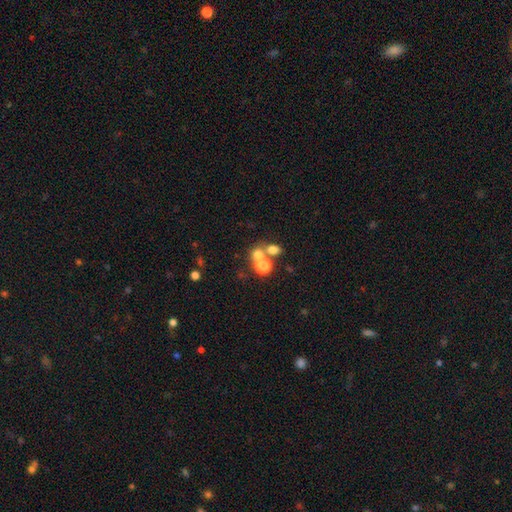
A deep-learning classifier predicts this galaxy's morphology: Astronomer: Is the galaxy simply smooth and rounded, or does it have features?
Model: smooth — 48% (runner-up: star or artifact, 35%).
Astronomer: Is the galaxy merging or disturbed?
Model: none — 47% (runner-up: merger, 41%).